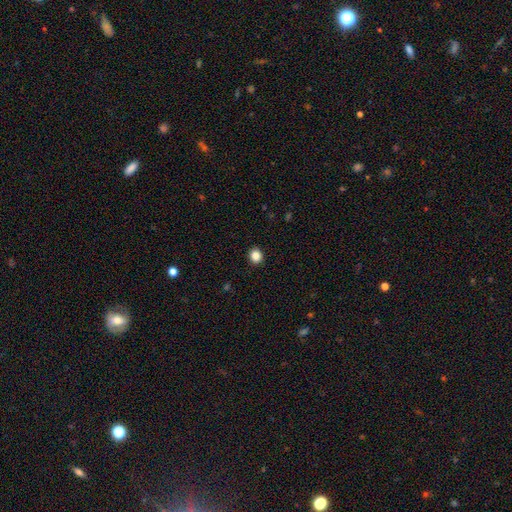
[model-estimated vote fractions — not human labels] This appears to be a smooth galaxy with no disk features (86%) that is round (76%). Merging: none (92%).